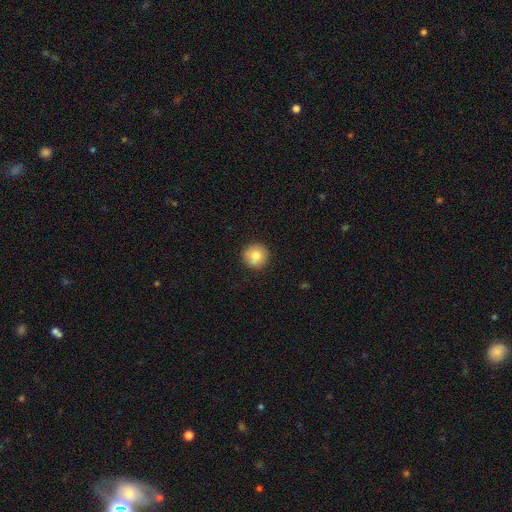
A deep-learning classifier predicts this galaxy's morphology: The model was most divided on "smooth or featured": smooth: 78%, featured or disk: 12%, star or artifact: 9%. More confident: how rounded — round (95%); merging — none (85%).